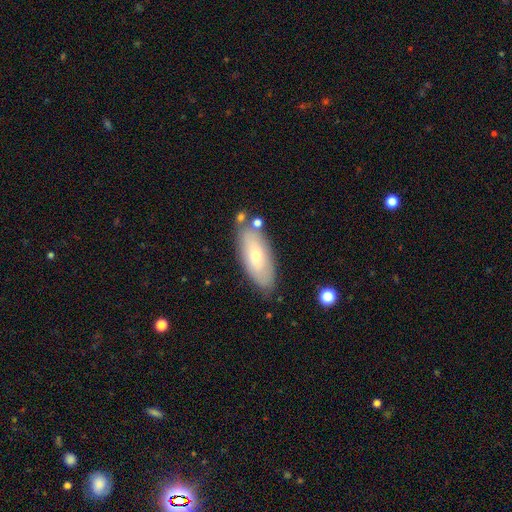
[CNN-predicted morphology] Smooth or featured? Predicted: smooth (p=0.60). How rounded? Predicted: in between (p=0.79). Merging? Predicted: none (p=0.75).